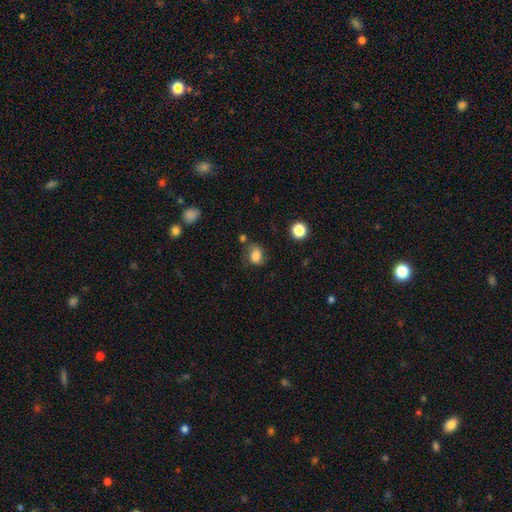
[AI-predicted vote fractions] smooth_or_featured: smooth (p=0.80) [alt: star or artifact p=0.10]
how_rounded: in between (p=0.55) [alt: round p=0.44]
merging: none (p=0.64) [alt: minor disturbance p=0.23]